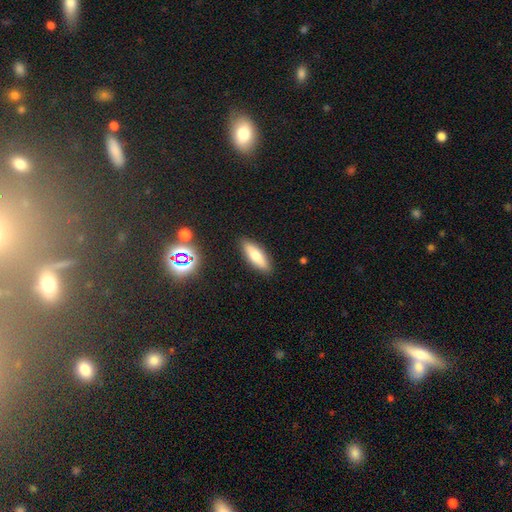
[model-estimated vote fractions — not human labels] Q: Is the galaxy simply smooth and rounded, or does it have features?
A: smooth — 68%.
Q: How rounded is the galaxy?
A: in between — 51%.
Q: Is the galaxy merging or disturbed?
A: none — 88%.